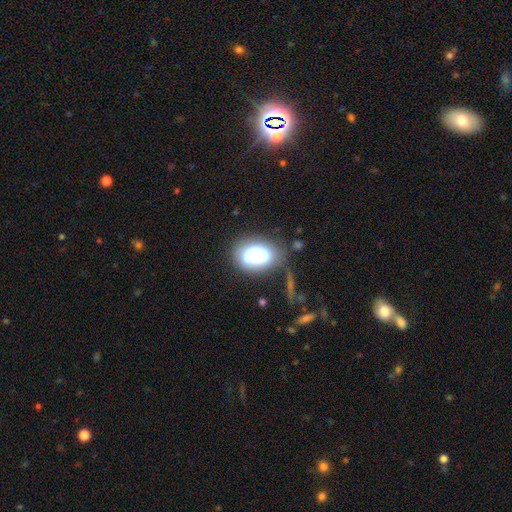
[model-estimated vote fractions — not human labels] Q: Smooth or featured?
A: smooth (60%); runner-up: featured or disk (32%)
Q: How rounded?
A: in between (75%); runner-up: round (23%)
Q: Merging?
A: none (61%); runner-up: minor disturbance (21%)